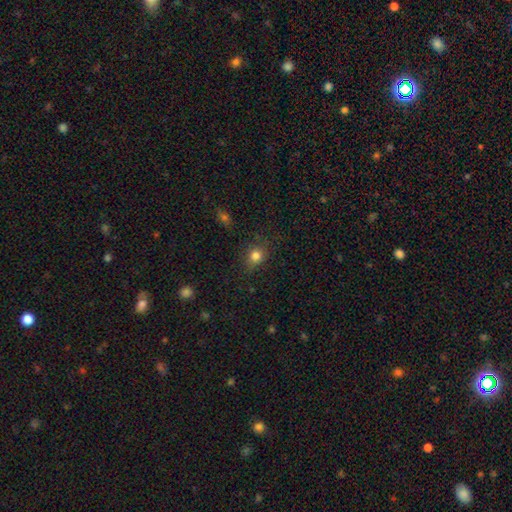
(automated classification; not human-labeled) This appears to be a smooth galaxy with no disk features (81%) that is round (70%). Merging: none (79%).